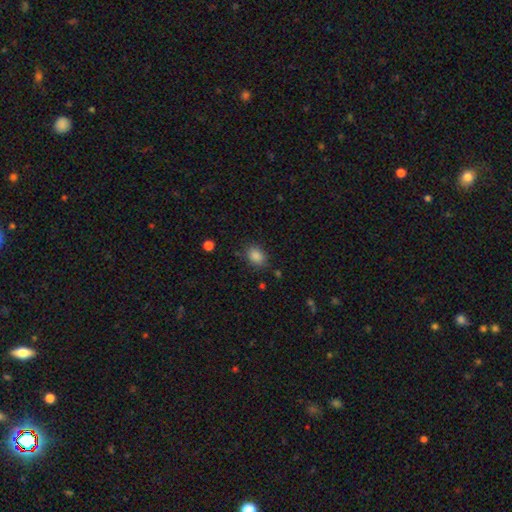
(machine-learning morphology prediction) This is clearly a smooth galaxy (86%). How rounded: likely in between (69%). Merging: likely none (80%).